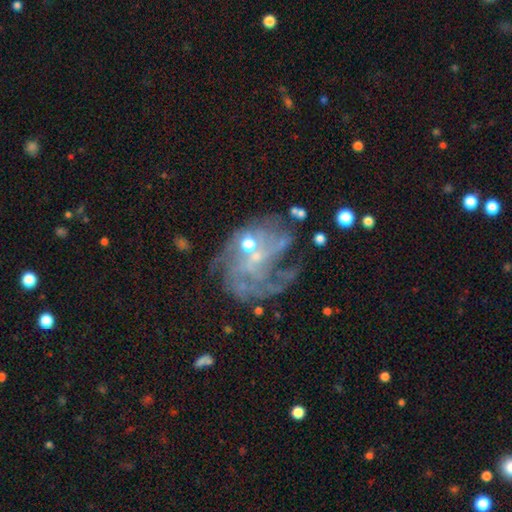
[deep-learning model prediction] featured or disk 74%, star or artifact 14%, smooth 12%. Down the decision tree: edge-on disk — no (97%); bar — no (69%); spiral arms — yes (72%); spiral arm count — can't tell (42%); spiral winding — medium (36%); bulge size — small (56%); merging — none (38%).